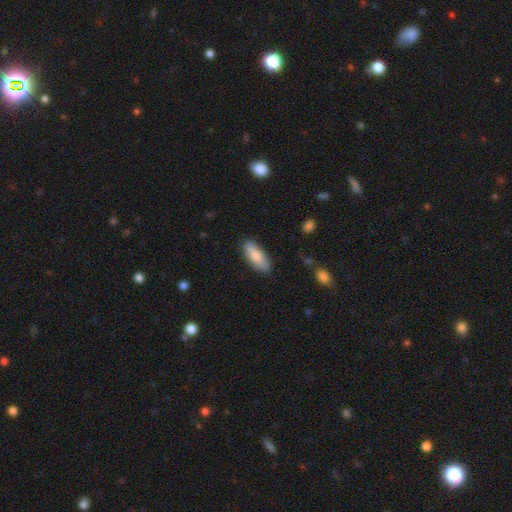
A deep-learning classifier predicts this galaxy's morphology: The model was most divided on "how rounded": in between: 70%, cigar-shaped: 28%, round: 2%. More confident: merging — none (84%); smooth or featured — smooth (82%).